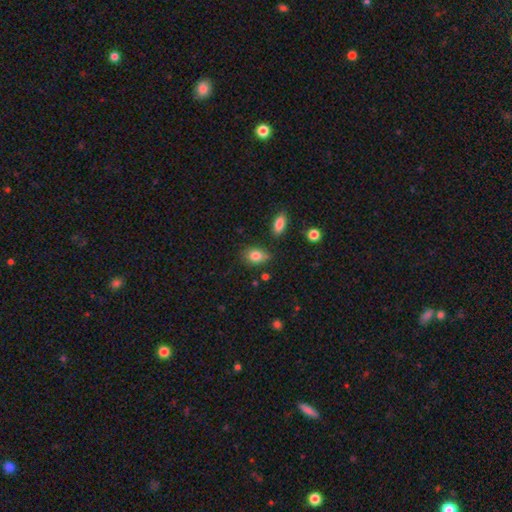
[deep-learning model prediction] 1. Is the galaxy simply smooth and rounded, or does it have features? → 83% smooth, 9% star or artifact, 8% featured or disk.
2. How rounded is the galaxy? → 74% in between, 24% round, 2% cigar-shaped.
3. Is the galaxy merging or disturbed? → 70% none, 22% minor disturbance, 4% major disturbance, 4% merger.